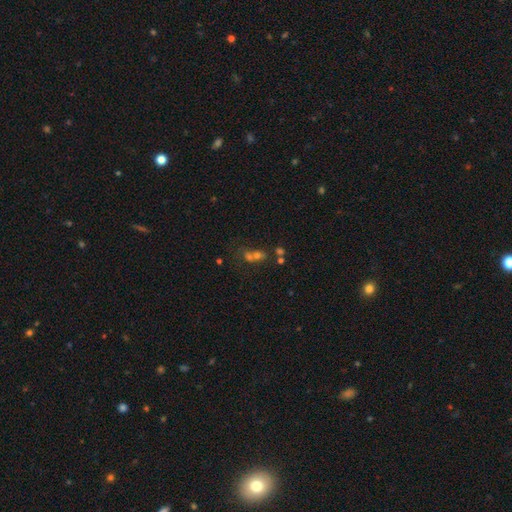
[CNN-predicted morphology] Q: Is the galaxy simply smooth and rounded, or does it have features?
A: smooth — 49%.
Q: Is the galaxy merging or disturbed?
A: merger — 51%.